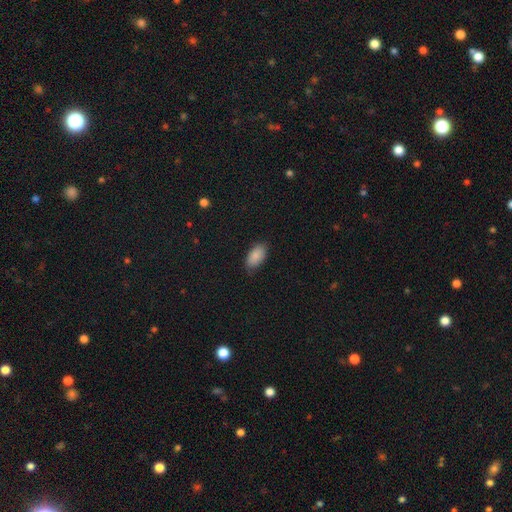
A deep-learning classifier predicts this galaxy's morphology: This appears to be a smooth galaxy with no disk features (89%) that is in between round and cigar-shaped (94%). Merging: none (81%).